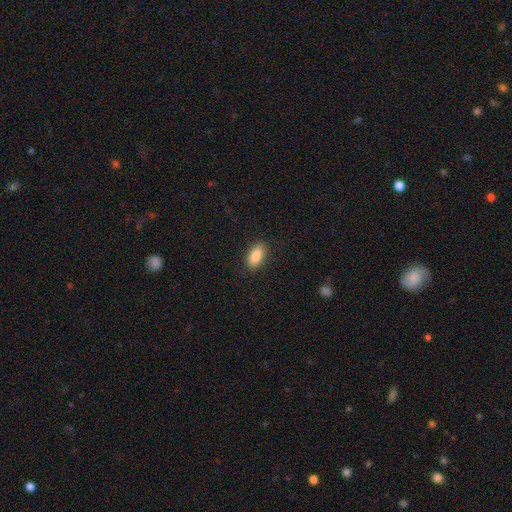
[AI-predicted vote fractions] smooth 88%, star or artifact 7%, featured or disk 5%. Down the decision tree: how rounded — in between (92%); merging — none (88%).